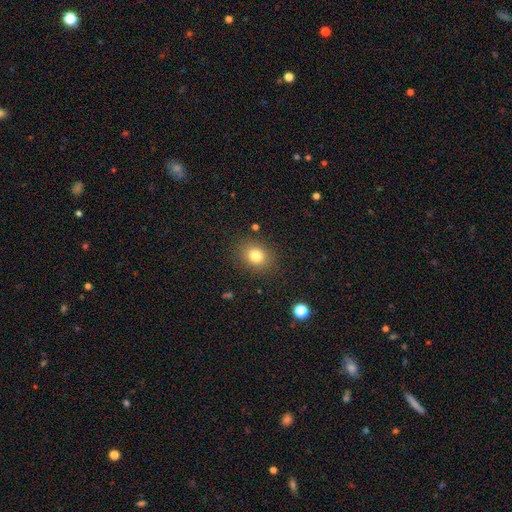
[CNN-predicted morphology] The model was most divided on "how rounded": round: 53%, in between: 46%, cigar-shaped: 1%. More confident: merging — none (86%); smooth or featured — smooth (80%).